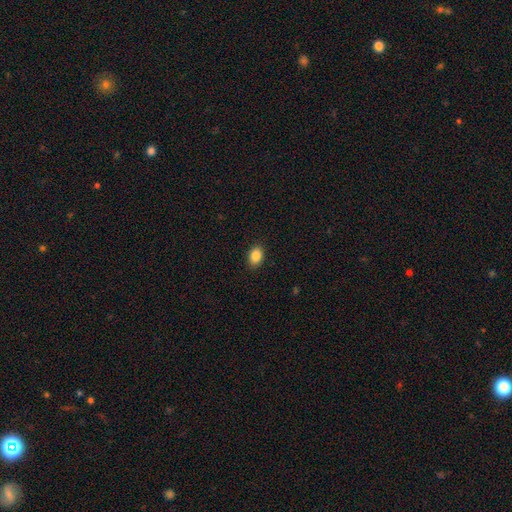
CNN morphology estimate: Overall: smooth (87%). How rounded: in between (78%). Merging: none (89%).